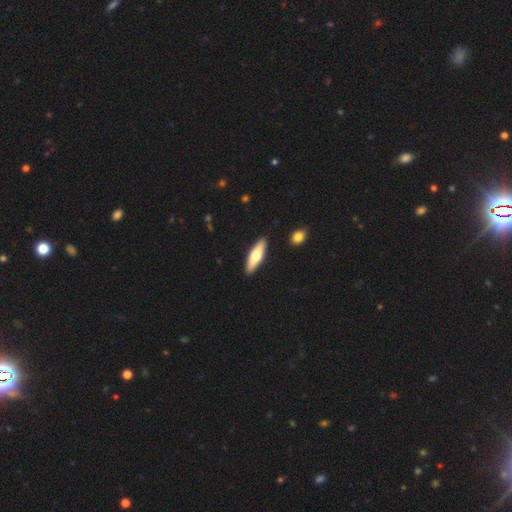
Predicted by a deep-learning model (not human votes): This is possibly a smooth galaxy (59%). How rounded: possibly cigar-shaped (56%). Merging: clearly none (90%).